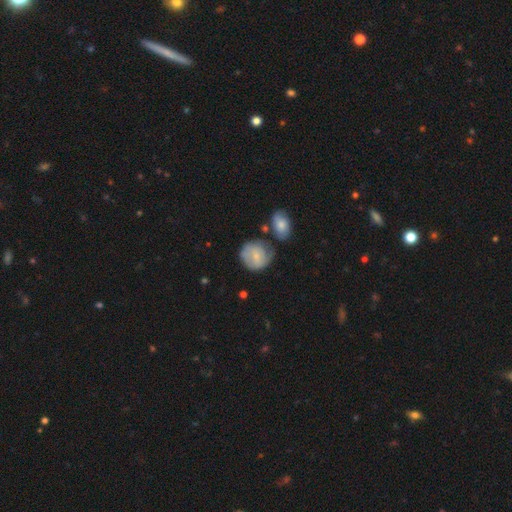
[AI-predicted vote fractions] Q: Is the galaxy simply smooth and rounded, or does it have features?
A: smooth — 64%.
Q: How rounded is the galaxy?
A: round — 84%.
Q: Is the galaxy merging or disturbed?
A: none — 53%.